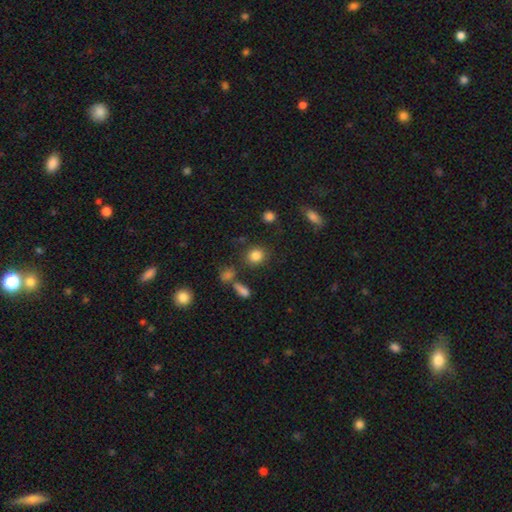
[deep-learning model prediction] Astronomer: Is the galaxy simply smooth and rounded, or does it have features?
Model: smooth — 83%.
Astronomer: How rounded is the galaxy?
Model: round — 77%.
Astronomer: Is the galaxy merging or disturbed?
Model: none — 79%.